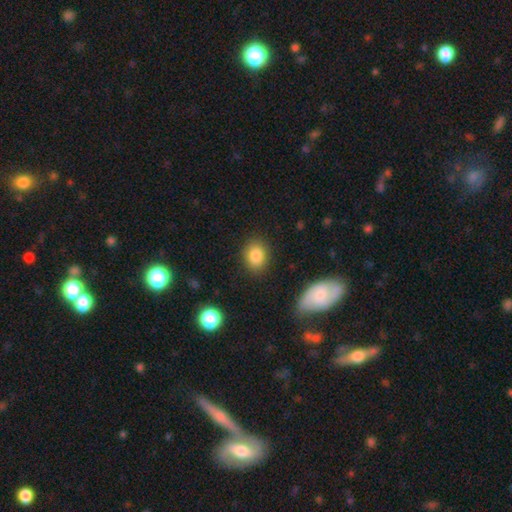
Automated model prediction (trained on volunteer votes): Smooth or featured? Predicted: smooth (p=0.86). How rounded? Predicted: in between (p=0.52). Merging? Predicted: none (p=0.85).